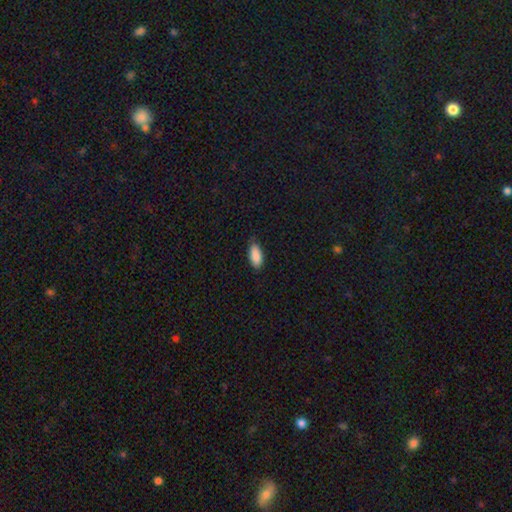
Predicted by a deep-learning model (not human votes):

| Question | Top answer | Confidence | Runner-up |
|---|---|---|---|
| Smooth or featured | smooth | 90% | star or artifact (6%) |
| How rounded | in between | 89% | cigar-shaped (9%) |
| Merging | none | 81% | minor disturbance (16%) |